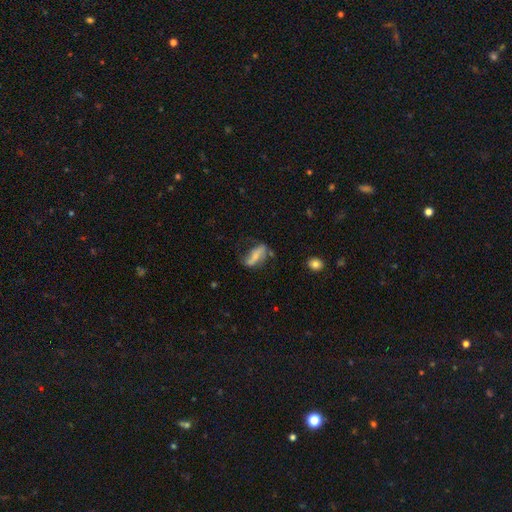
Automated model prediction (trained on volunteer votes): The model was most divided on "smooth or featured": featured or disk: 48%, smooth: 44%, star or artifact: 8%. More confident: merging — none (50%).